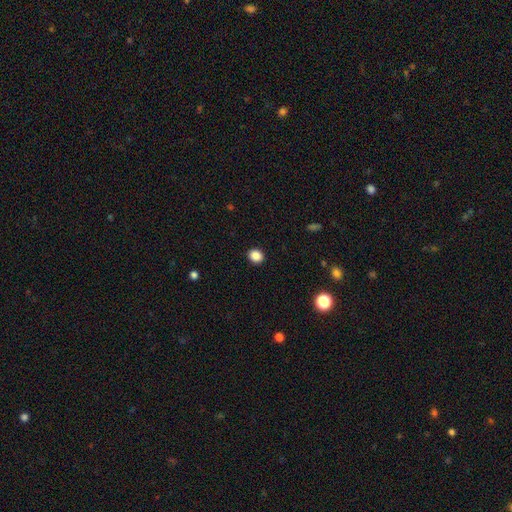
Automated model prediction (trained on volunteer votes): This is clearly a smooth galaxy (87%). How rounded: likely round (76%). Merging: clearly none (92%).